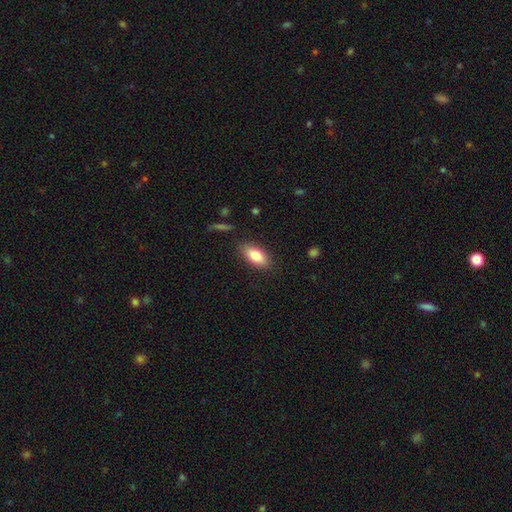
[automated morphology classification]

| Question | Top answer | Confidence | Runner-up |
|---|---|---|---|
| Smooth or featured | smooth | 82% | featured or disk (11%) |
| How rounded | in between | 87% | cigar-shaped (9%) |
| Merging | none | 85% | minor disturbance (11%) |